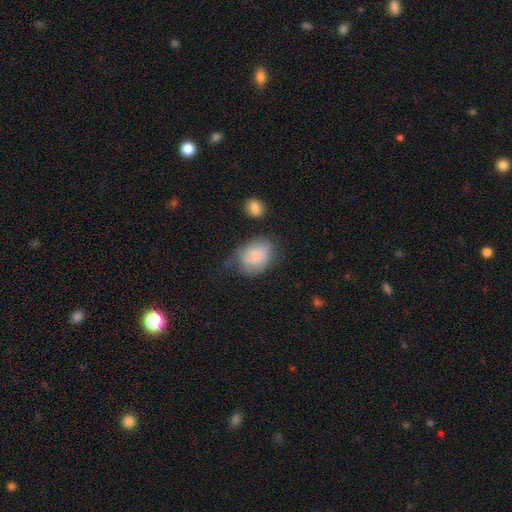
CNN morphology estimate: smooth 81%, featured or disk 12%, star or artifact 7%. Down the decision tree: how rounded — in between (63%); merging — none (48%).